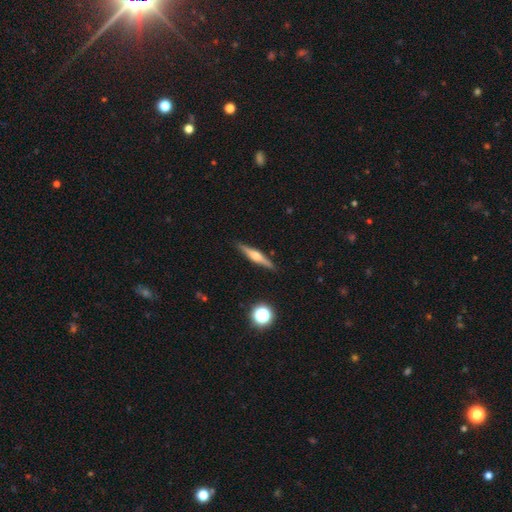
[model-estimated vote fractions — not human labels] Q: Smooth or featured?
A: featured or disk (67%); runner-up: smooth (26%)
Q: Edge-on disk?
A: yes (98%); runner-up: no (2%)
Q: Edge-on bulge?
A: rounded (89%); runner-up: boxy (7%)
Q: Merging?
A: none (90%); runner-up: minor disturbance (7%)